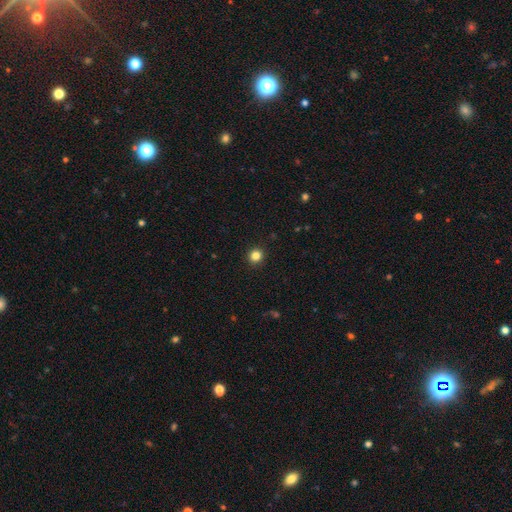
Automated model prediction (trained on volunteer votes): Morphology: type=smooth (84%); roundness=round (92%); merging=none (93%).